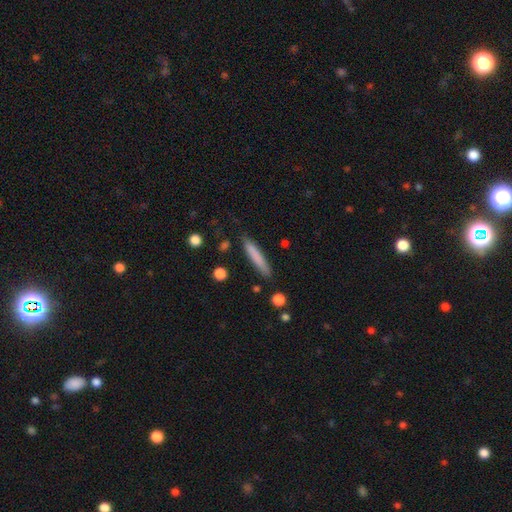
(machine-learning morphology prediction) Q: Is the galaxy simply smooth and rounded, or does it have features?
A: smooth — 78%.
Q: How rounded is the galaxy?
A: cigar-shaped — 92%.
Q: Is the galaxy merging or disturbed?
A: none — 85%.